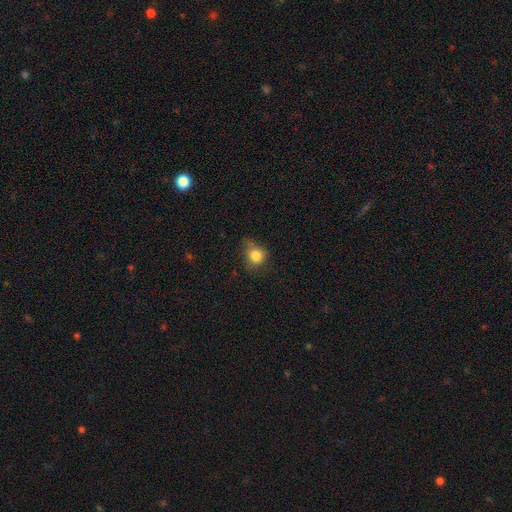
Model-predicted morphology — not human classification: type=smooth (82%); roundness=round (79%); merging=none (54%).